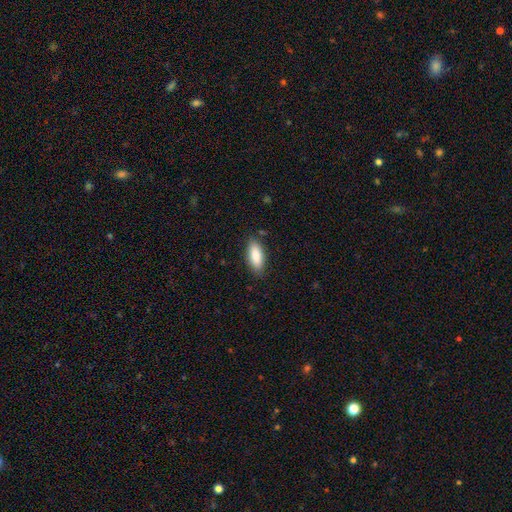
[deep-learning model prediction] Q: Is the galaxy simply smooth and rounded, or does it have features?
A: smooth — 84%.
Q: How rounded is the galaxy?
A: in between — 75%.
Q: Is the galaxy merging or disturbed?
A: none — 85%.